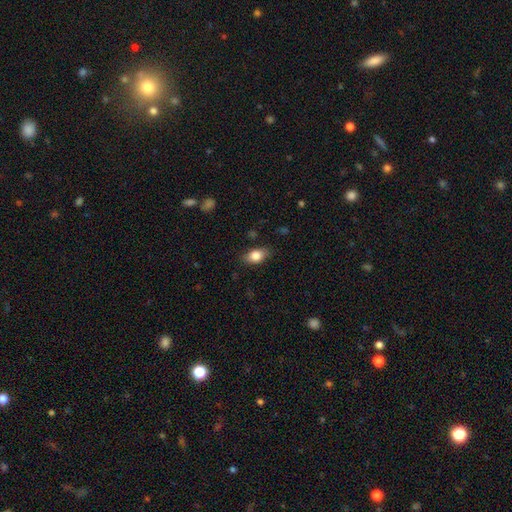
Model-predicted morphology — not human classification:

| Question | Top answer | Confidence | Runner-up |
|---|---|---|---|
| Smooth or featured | smooth | 81% | featured or disk (11%) |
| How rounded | in between | 85% | round (10%) |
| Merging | none | 82% | minor disturbance (14%) |